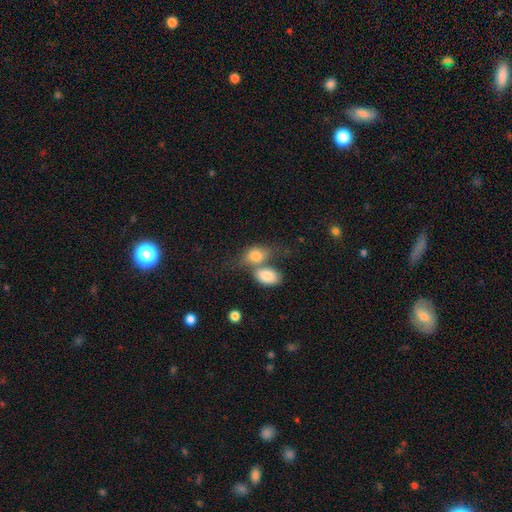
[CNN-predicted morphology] A smooth galaxy with no disk features (78%) that is in between round and cigar-shaped (74%). Merging: merger (56%).